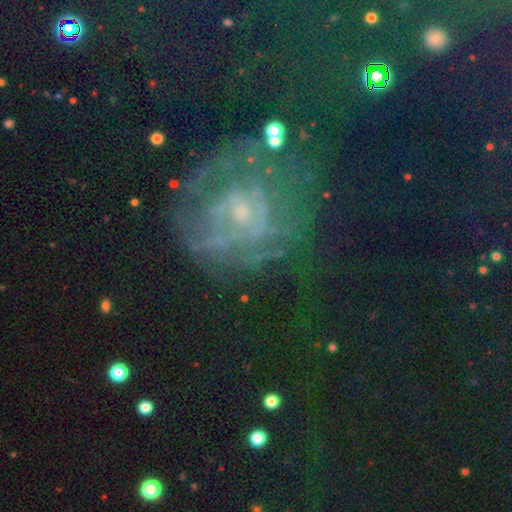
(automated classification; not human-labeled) Overall: featured or disk (41%; star or artifact 39%). Merging: none (57%; major disturbance 19%).